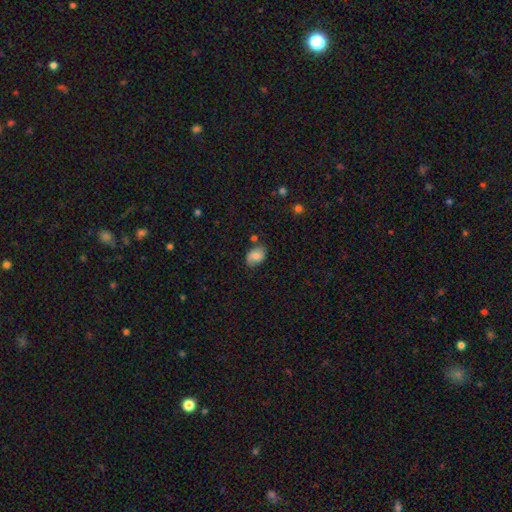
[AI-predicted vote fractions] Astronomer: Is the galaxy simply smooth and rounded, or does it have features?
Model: smooth — 70%.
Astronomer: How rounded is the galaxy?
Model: in between — 77%.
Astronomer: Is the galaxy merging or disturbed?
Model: none — 72%.